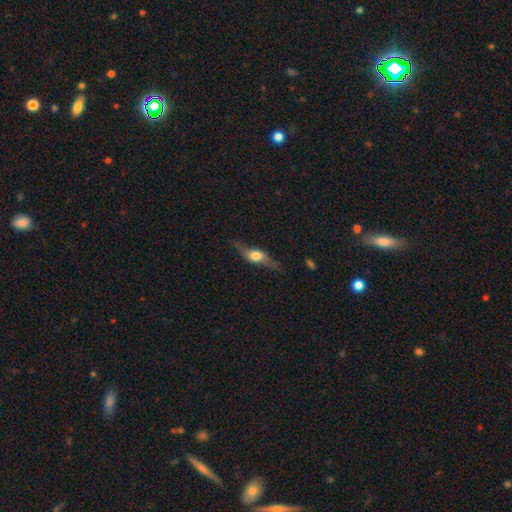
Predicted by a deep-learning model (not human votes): smooth_or_featured: featured or disk (p=0.61) [alt: smooth p=0.32]
disk_edge_on: yes (p=0.88) [alt: no p=0.12]
edge_on_bulge: rounded (p=0.92) [alt: boxy p=0.06]
merging: none (p=0.73) [alt: minor disturbance p=0.19]